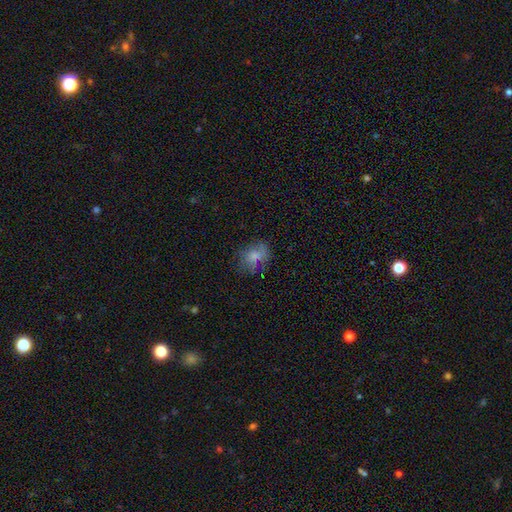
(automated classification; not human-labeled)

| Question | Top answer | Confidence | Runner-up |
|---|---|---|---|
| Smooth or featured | smooth | 56% | featured or disk (28%) |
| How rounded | in between | 50% | round (48%) |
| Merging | none | 63% | minor disturbance (22%) |